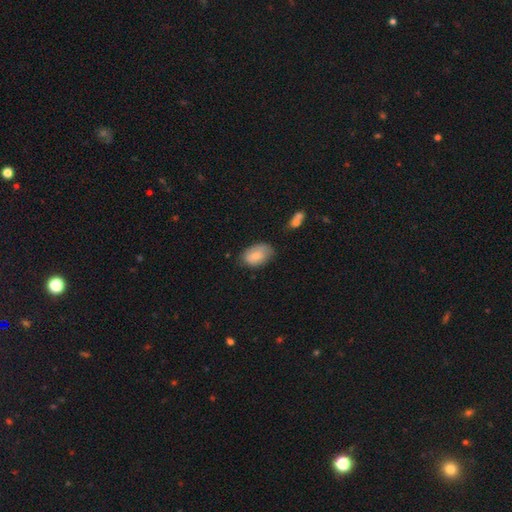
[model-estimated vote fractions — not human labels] A smooth galaxy with no disk features (79%) that is in between round and cigar-shaped (88%). Merging: none (62%).